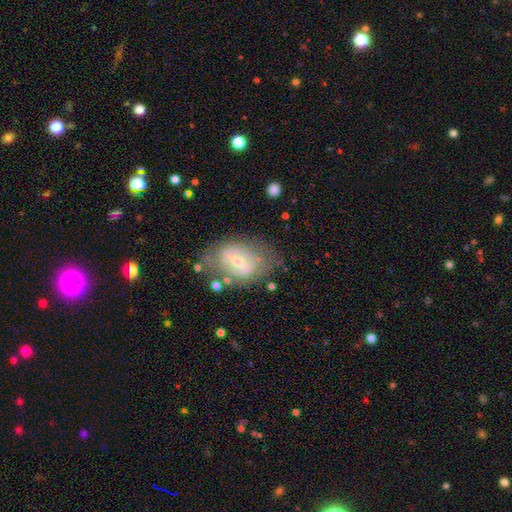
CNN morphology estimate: Smooth or featured? Predicted: featured or disk (p=0.62). Edge-on disk? Predicted: no (p=0.94). Bar? Predicted: no (p=0.42). Spiral arms? Predicted: yes (p=0.63). Bulge size? Predicted: small (p=0.55). Merging? Predicted: none (p=0.69).